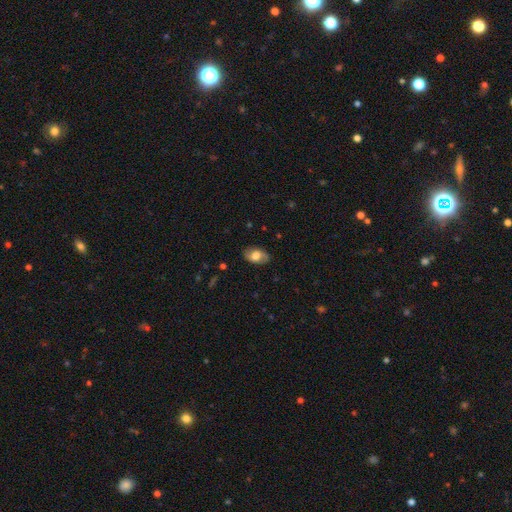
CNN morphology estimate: This is likely a smooth galaxy (61%). How rounded: clearly in between (90%). Merging: clearly none (83%).